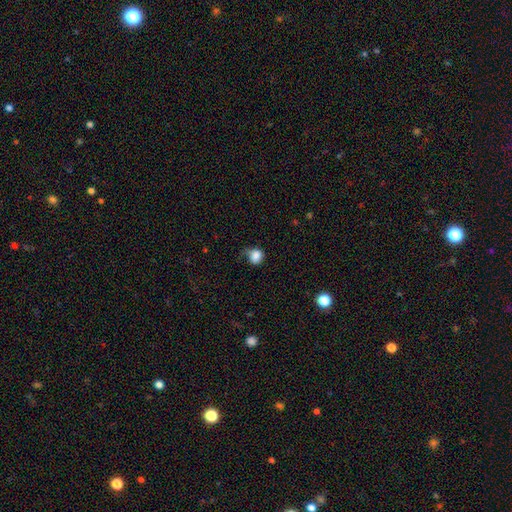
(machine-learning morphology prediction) A smooth galaxy with no disk features (83%) that is round (67%).

Vote fractions:
- Smooth or featured? smooth: 83% / star or artifact: 9% / featured or disk: 8%
- How rounded? round: 67% / in between: 32% / cigar-shaped: 1%
- Merging? none: 40% / minor disturbance: 36% / major disturbance: 21% / merger: 3%